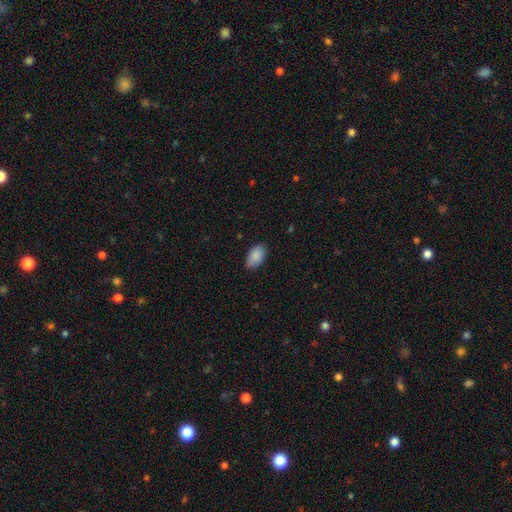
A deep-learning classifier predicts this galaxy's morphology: A smooth galaxy with no disk features (87%) that is in between round and cigar-shaped (94%). Merging: none (83%).